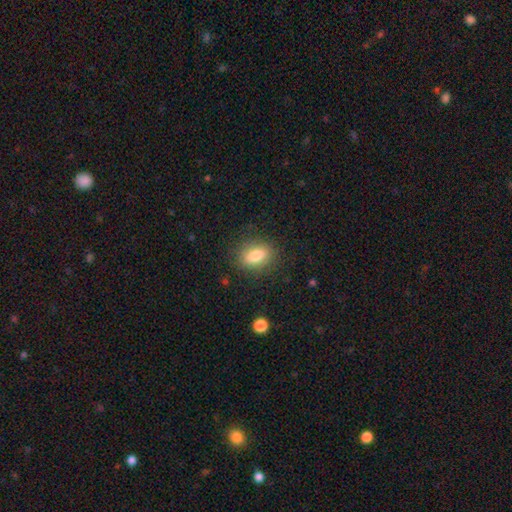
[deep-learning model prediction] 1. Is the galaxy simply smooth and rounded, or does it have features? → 81% smooth, 10% featured or disk, 8% star or artifact.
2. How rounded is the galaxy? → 80% in between, 14% round, 6% cigar-shaped.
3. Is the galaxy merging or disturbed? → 86% none, 10% minor disturbance, 3% major disturbance, 1% merger.